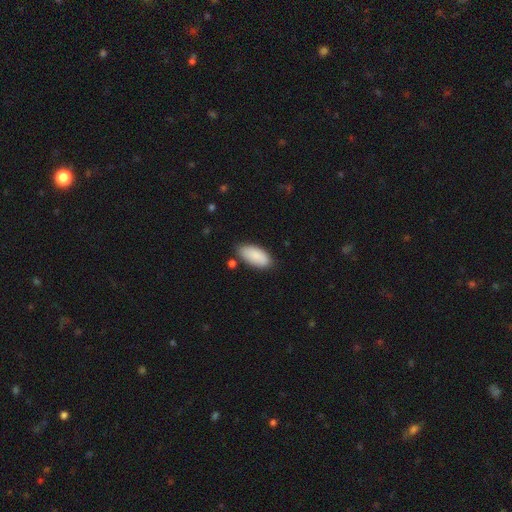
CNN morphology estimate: A smooth galaxy with no disk features (89%) that is in between round and cigar-shaped (92%). Merging: none (79%).